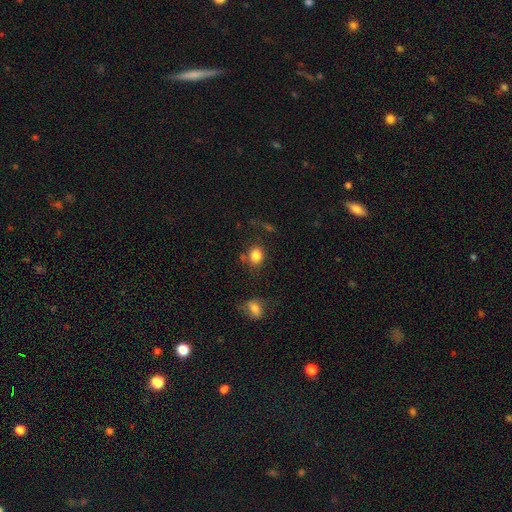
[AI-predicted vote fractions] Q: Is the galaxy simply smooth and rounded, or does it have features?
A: smooth — 84%.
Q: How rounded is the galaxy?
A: round — 68%.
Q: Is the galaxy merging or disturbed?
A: none — 71%.